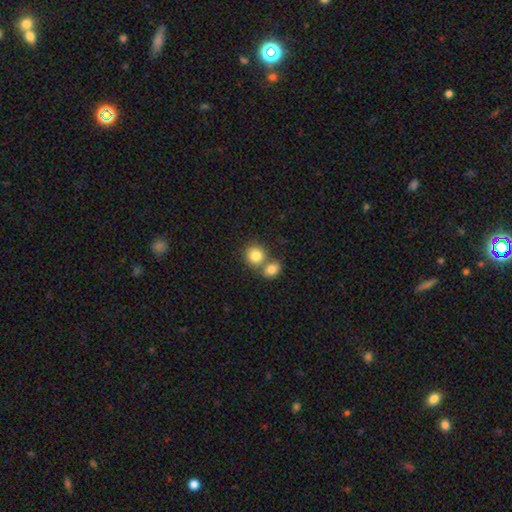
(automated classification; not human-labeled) Smooth or featured? smooth (82%)
How rounded? round (85%)
Merging? none (47%)